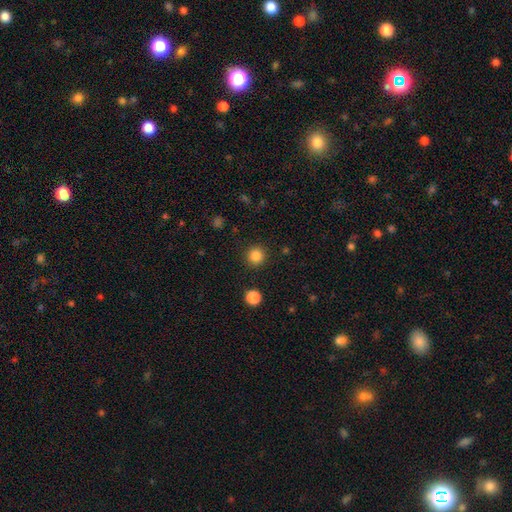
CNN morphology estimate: smooth 85%, star or artifact 12%, featured or disk 3%. Down the decision tree: how rounded — round (93%); merging — none (91%).